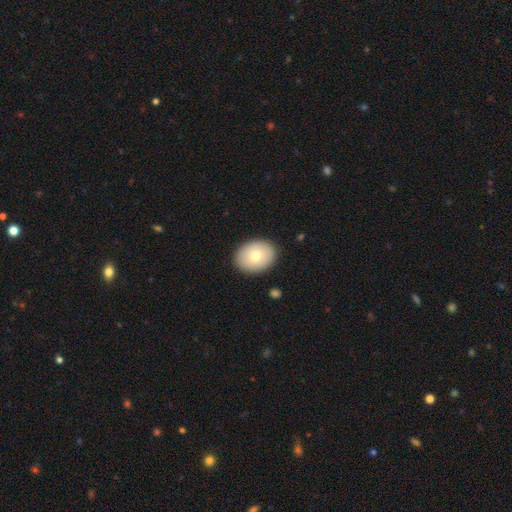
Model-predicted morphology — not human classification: type=smooth (74%); roundness=in between (64%); merging=none (89%).